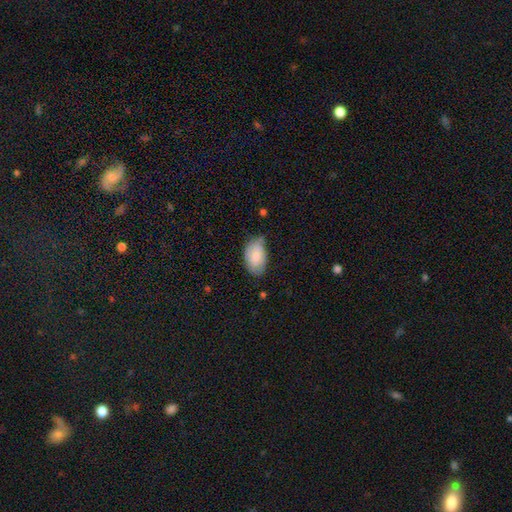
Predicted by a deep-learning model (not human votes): A smooth galaxy with no disk features (69%) that is in between round and cigar-shaped (93%).

Vote fractions:
- Smooth or featured? smooth: 69% / featured or disk: 24% / star or artifact: 6%
- How rounded? in between: 93% / round: 6% / cigar-shaped: 2%
- Merging? none: 57% / minor disturbance: 35% / major disturbance: 6% / merger: 2%